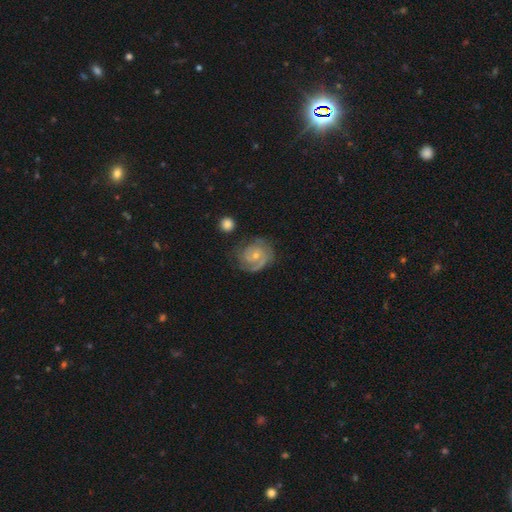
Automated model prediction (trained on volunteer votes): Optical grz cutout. It shows a featured or disk galaxy (79%) with no bar (72%), 2 (45%) tight (59%) spiral arms (93%) and a small central bulge (59%). Merging: none (67%).